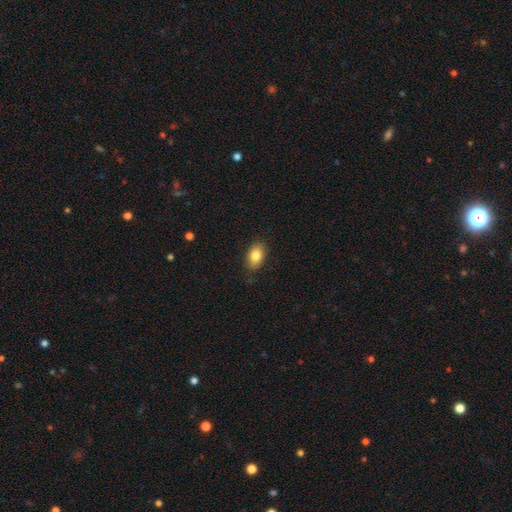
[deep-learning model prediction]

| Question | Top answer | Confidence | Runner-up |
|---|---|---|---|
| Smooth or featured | smooth | 83% | featured or disk (9%) |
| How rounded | in between | 89% | round (10%) |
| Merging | none | 84% | minor disturbance (13%) |